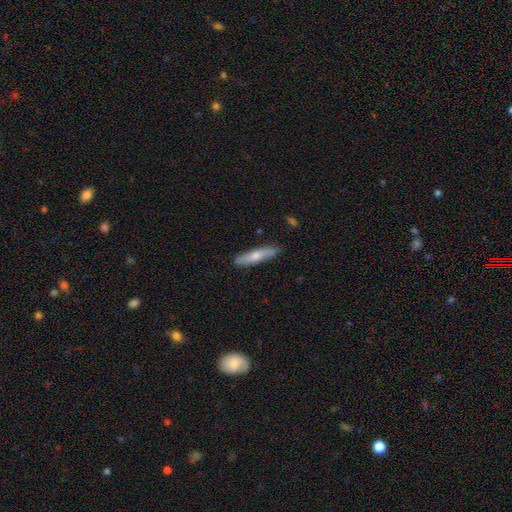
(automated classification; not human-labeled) smooth-or-featured: smooth: 54% | featured or disk: 40% | star or artifact: 6%
  how-rounded: cigar-shaped: 89% | in between: 10% | round: 2%
  merging: none: 89% | minor disturbance: 8% | major disturbance: 2% | merger: 1%